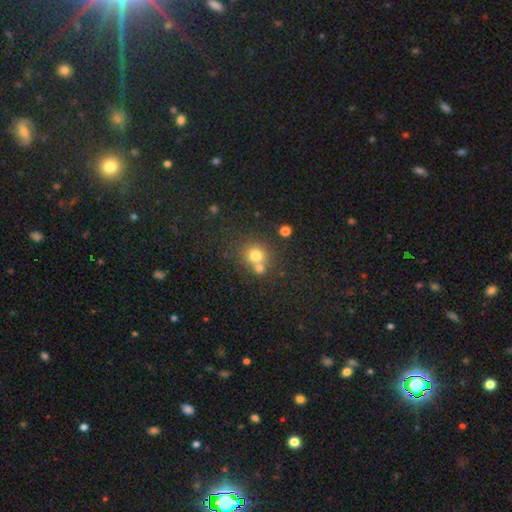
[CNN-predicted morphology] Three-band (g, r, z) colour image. It shows a smooth galaxy with no disk features (74%) that is round (85%). Merging: none (51%).